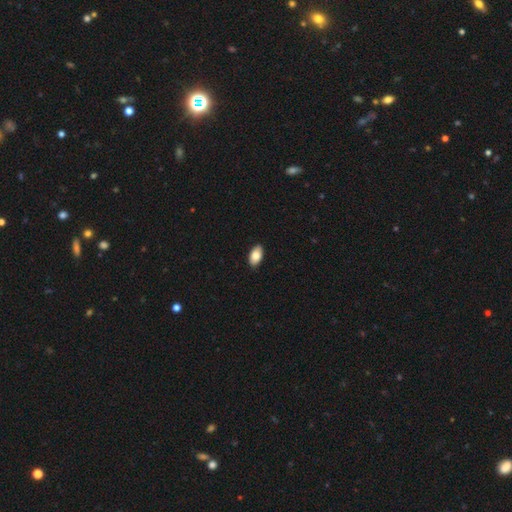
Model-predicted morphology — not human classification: Smooth or featured?
  - smooth: 84% *
  - featured or disk: 9%
  - star or artifact: 7%
How rounded?
  - in between: 94% *
  - round: 4%
  - cigar-shaped: 2%
Merging?
  - none: 90% *
  - minor disturbance: 8%
  - major disturbance: 2%
  - merger: 1%